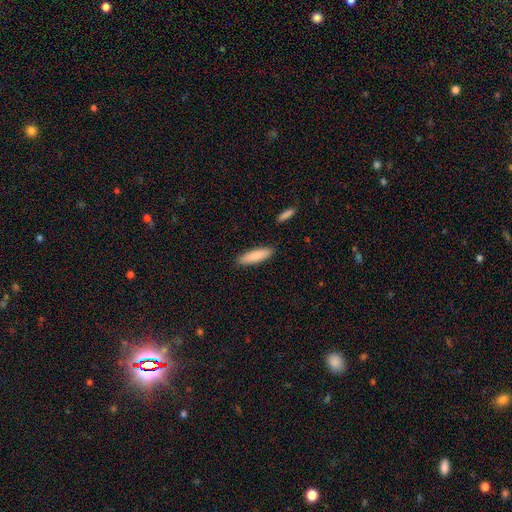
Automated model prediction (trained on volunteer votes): smooth 86%, featured or disk 9%, star or artifact 6%. Down the decision tree: how rounded — cigar-shaped (62%); merging — none (88%).